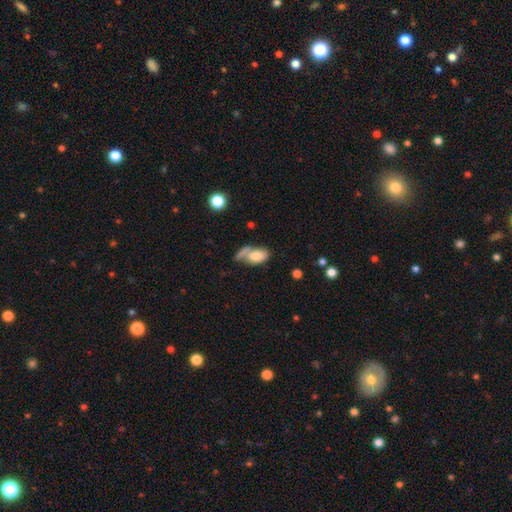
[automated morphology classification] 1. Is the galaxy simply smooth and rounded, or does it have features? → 70% smooth, 22% featured or disk, 8% star or artifact.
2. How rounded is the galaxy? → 89% in between, 7% round, 4% cigar-shaped.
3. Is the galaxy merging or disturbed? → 35% none, 28% merger, 20% minor disturbance, 18% major disturbance.